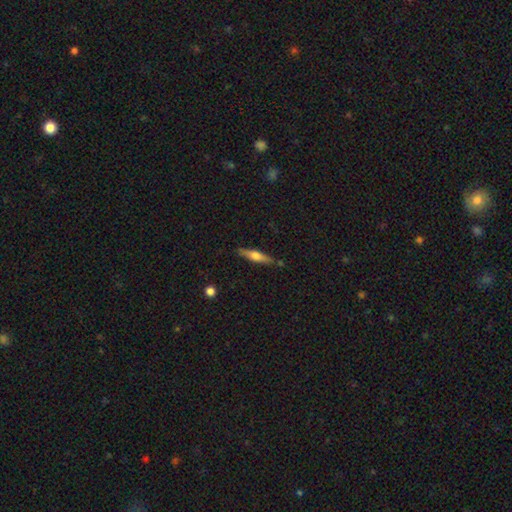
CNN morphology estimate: Overall: featured or disk (52%; smooth 42%). Edge-on disk: yes (94%). Merging: none (84%).